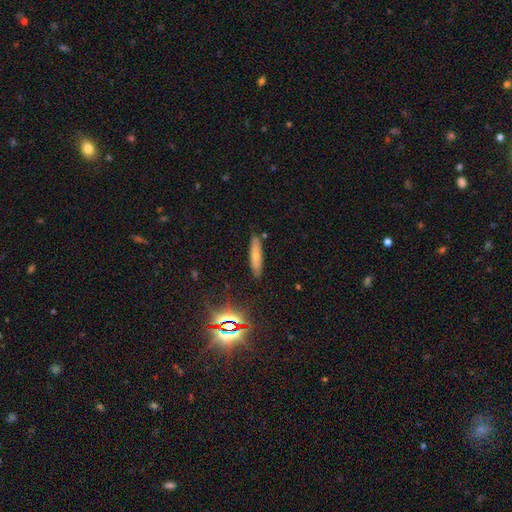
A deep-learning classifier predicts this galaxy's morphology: A smooth galaxy with no disk features (66%) that is cigar-shaped (82%).

Vote fractions:
- Smooth or featured? smooth: 66% / featured or disk: 22% / star or artifact: 12%
- How rounded? cigar-shaped: 82% / in between: 16% / round: 2%
- Merging? none: 86% / minor disturbance: 10% / major disturbance: 2% / merger: 2%